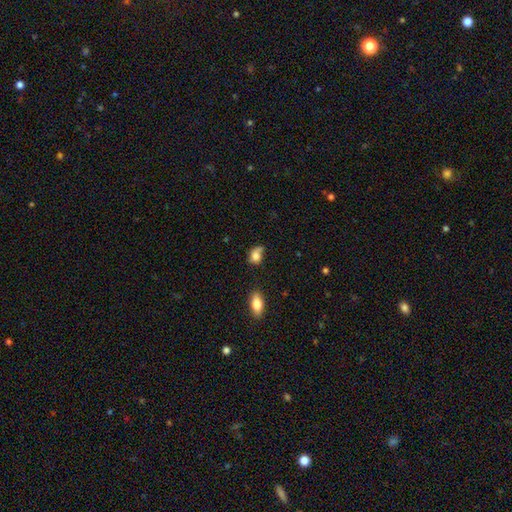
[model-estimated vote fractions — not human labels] Smooth or featured? smooth (75%)
How rounded? in between (65%)
Merging? none (38%)